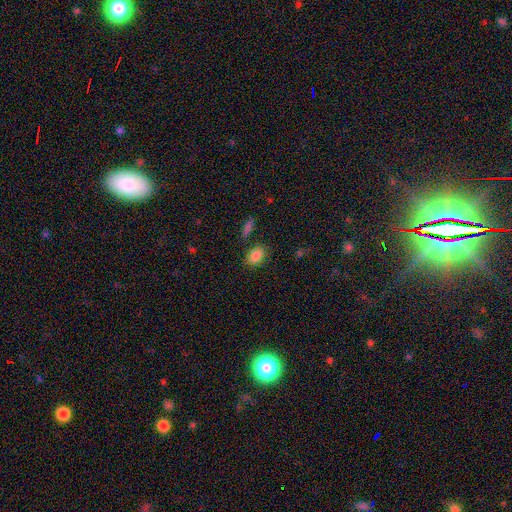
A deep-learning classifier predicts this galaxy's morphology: A smooth galaxy with no disk features (86%) that is in between round and cigar-shaped (81%). Merging: none (79%).